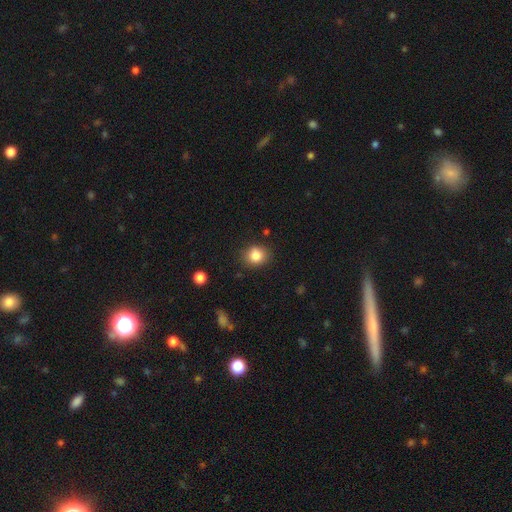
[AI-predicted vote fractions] Morphology: type=smooth (84%); roundness=round (74%); merging=none (84%).